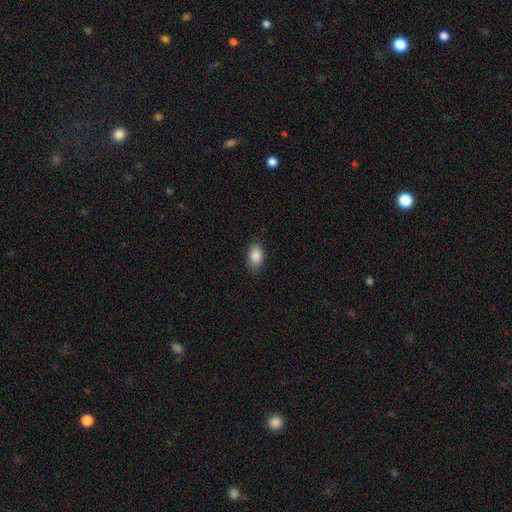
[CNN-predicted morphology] A smooth galaxy with no disk features (88%) that is in between round and cigar-shaped (89%). Merging: none (81%).